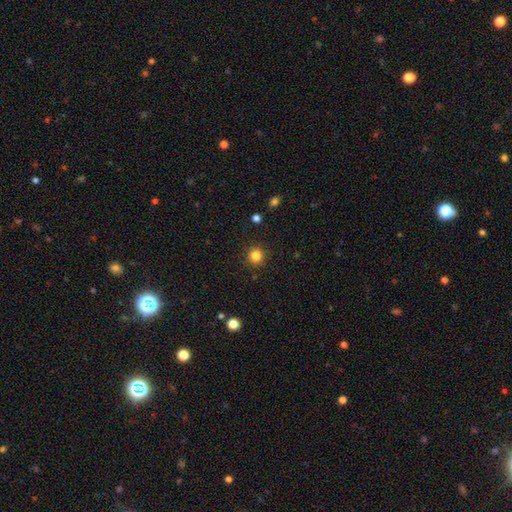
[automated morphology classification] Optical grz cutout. It shows a smooth galaxy with no disk features (83%) that is round (94%). Merging: none (91%).